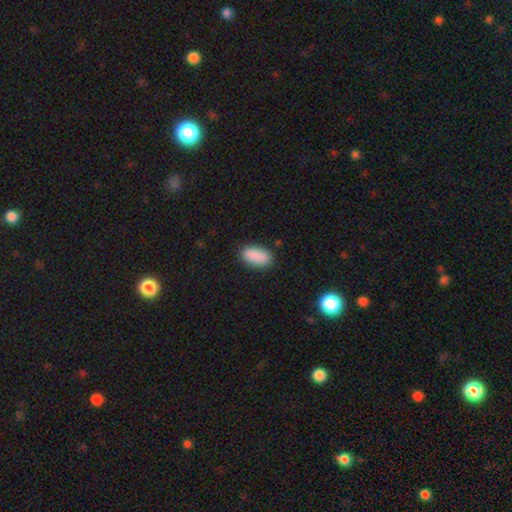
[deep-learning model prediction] smooth_or_featured: smooth (p=0.90) [alt: star or artifact p=0.07]
how_rounded: in between (p=0.89) [alt: cigar-shaped p=0.08]
merging: none (p=0.87) [alt: minor disturbance p=0.10]